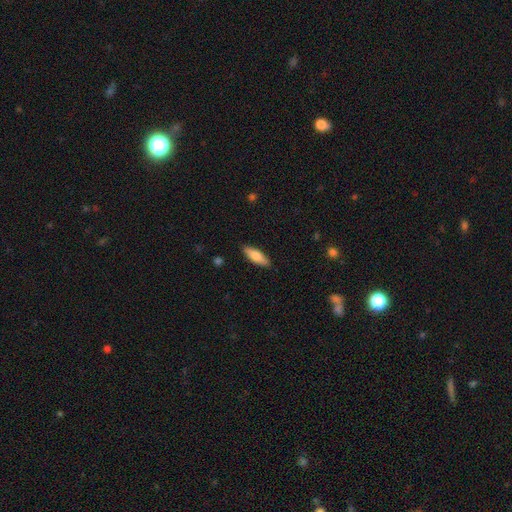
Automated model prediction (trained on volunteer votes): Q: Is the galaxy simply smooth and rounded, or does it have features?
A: smooth — 75%.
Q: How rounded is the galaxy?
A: in between — 56%.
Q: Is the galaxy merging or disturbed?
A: none — 88%.